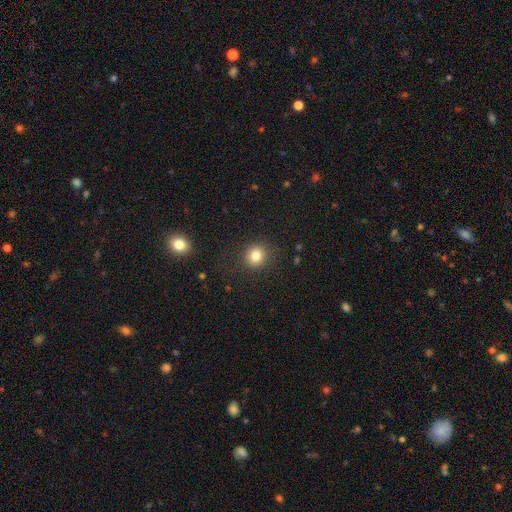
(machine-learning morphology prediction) This appears to be a smooth galaxy with no disk features (81%) that is round (86%). Merging: none (87%).